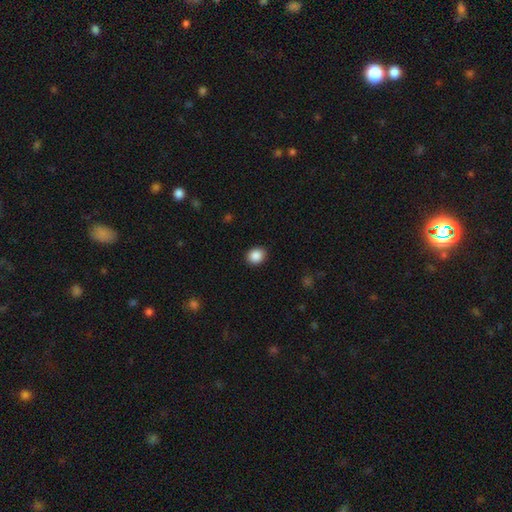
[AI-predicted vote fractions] This is clearly a smooth galaxy (88%). How rounded: likely round (66%). Merging: clearly none (90%).